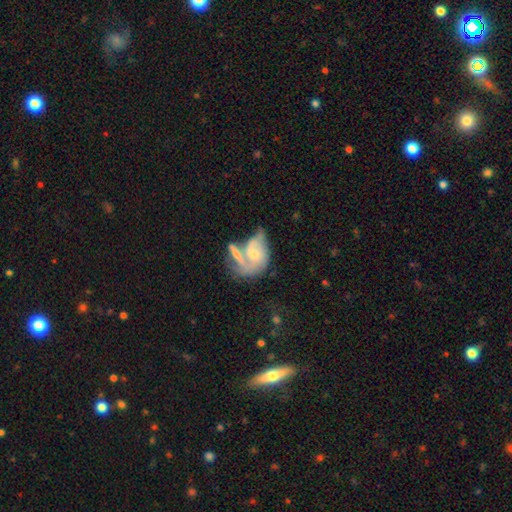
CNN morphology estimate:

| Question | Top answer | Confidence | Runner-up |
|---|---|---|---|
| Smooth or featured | featured or disk | 63% | smooth (30%) |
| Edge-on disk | no | 94% | yes (6%) |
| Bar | no | 67% | weak (27%) |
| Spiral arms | yes | 74% | no (26%) |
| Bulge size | small | 49% | moderate (35%) |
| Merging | merger | 52% | none (18%) |